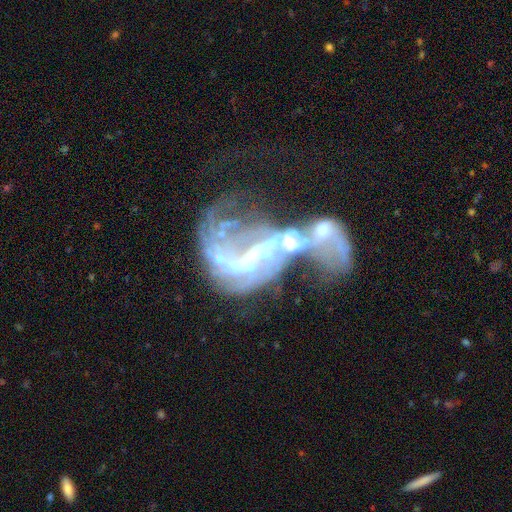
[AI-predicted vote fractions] This appears to be a featured or disk galaxy (80%) with a weak bar (35%), 2 (43%) loose (62%) spiral arms (71%) and a small central bulge (38%). Merging: merger (63%).